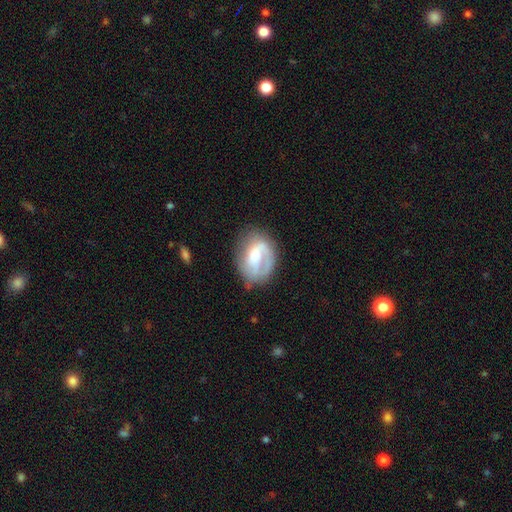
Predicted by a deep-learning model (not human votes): Morphology: type=featured or disk (64%); edge-on=no (97%); bar=no (46%); spiral arms=yes (78%); bulge=moderate (49%); merging=none (57%).